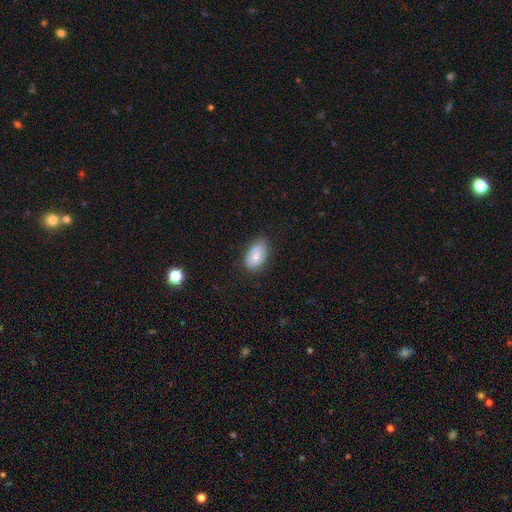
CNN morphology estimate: Smooth or featured? Predicted: smooth (p=0.72). How rounded? Predicted: in between (p=0.90). Merging? Predicted: none (p=0.68).